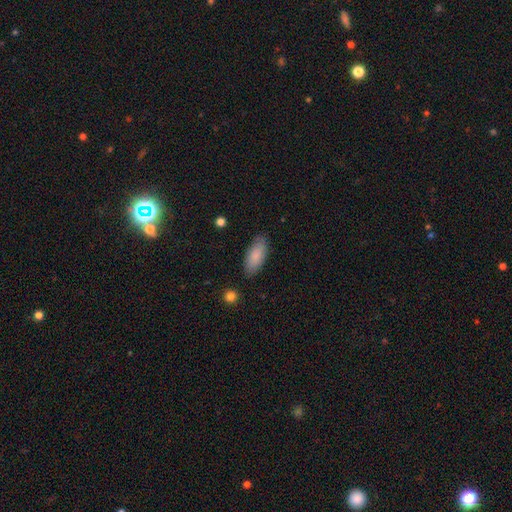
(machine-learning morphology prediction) The model was most divided on "how rounded": in between: 82%, cigar-shaped: 16%, round: 2%. More confident: smooth or featured — smooth (85%); merging — none (85%).